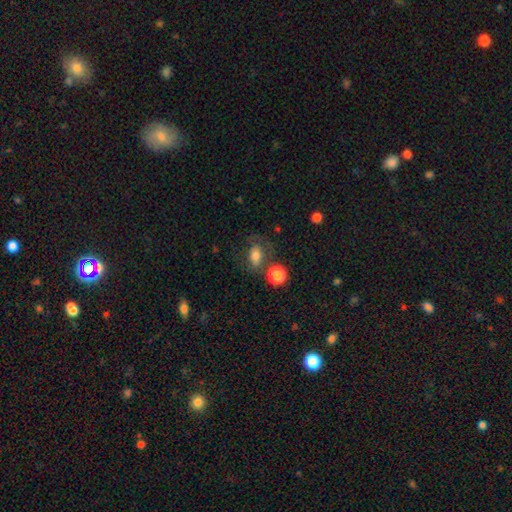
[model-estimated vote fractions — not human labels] This appears to be a smooth galaxy with no disk features (75%) that is in between round and cigar-shaped (73%). Merging: none (55%).